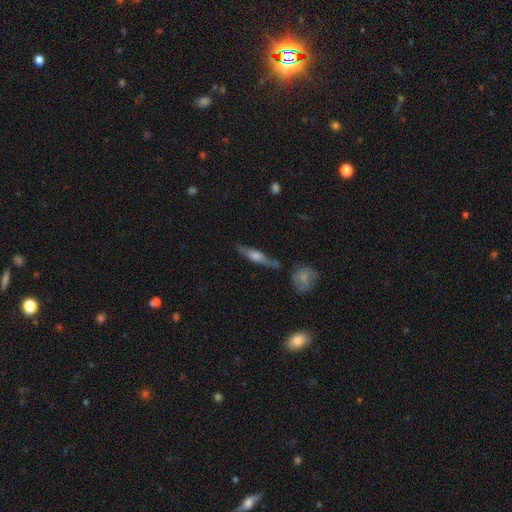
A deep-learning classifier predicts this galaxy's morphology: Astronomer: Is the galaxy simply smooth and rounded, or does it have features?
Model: featured or disk — 63%.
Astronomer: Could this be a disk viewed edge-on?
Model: yes — 92%.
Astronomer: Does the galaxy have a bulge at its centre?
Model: rounded — 78%.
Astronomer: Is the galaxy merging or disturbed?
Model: none — 79%.